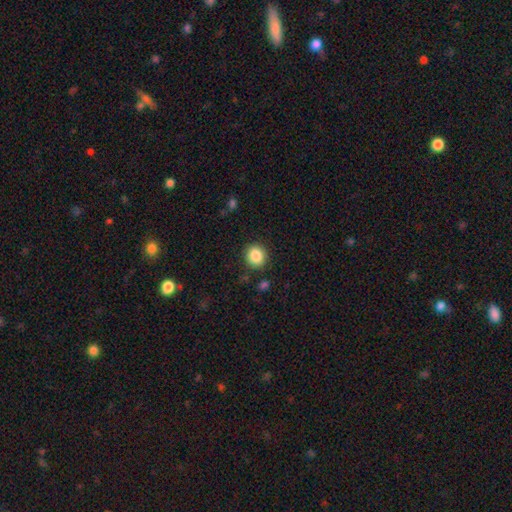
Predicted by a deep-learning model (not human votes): A smooth galaxy with no disk features (87%) that is round (84%). Merging: none (88%).